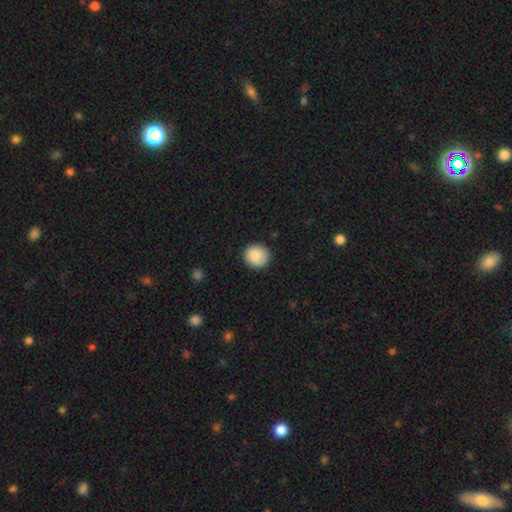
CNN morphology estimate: smooth-or-featured: smooth: 86% | star or artifact: 7% | featured or disk: 7%
  how-rounded: round: 91% | in between: 8% | cigar-shaped: 1%
  merging: none: 89% | minor disturbance: 8% | major disturbance: 2% | merger: 1%